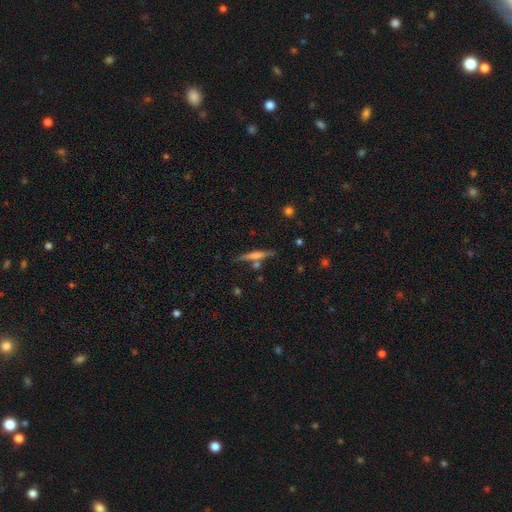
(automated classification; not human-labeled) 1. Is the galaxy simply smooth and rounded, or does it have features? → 52% featured or disk, 40% smooth, 7% star or artifact.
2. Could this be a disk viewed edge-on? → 96% yes, 4% no.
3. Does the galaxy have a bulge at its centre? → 54% rounded, 30% none, 16% boxy.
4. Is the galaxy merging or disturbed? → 77% none, 11% minor disturbance, 9% merger, 3% major disturbance.